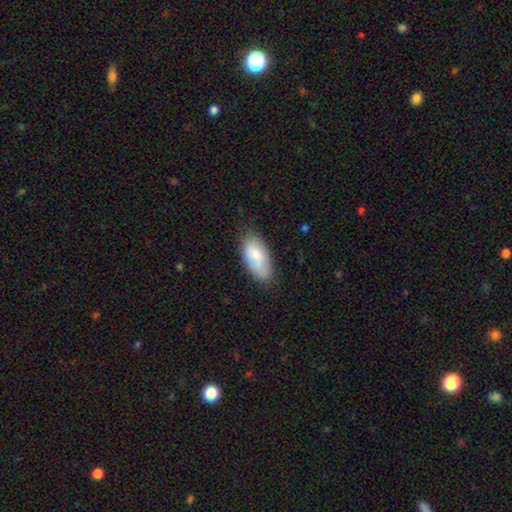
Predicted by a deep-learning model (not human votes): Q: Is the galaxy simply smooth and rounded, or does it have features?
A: smooth — 75%.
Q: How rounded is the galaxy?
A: in between — 93%.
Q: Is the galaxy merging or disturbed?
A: none — 69%.